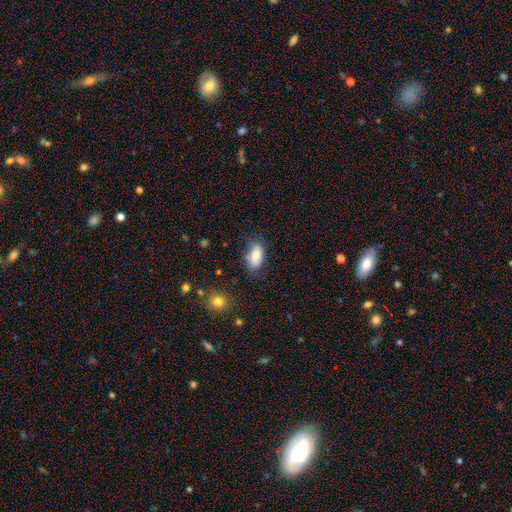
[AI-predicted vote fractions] Smooth or featured: smooth — 83% (featured or disk — 9%)
How rounded: in between — 91% (cigar-shaped — 6%)
Merging: none — 74% (minor disturbance — 19%)